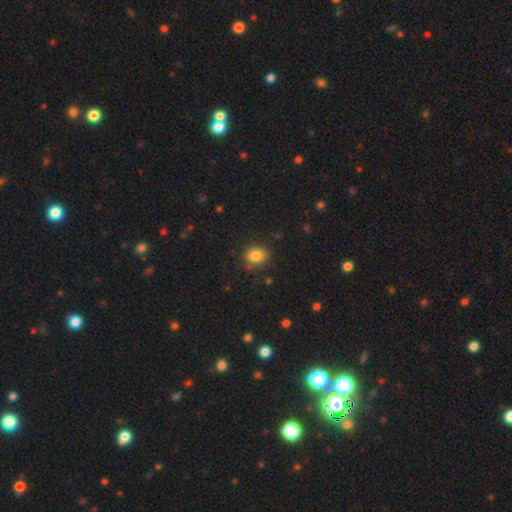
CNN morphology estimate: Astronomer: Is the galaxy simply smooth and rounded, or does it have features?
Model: smooth — 83%.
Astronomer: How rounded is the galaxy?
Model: round — 65%.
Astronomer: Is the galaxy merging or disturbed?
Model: none — 83%.